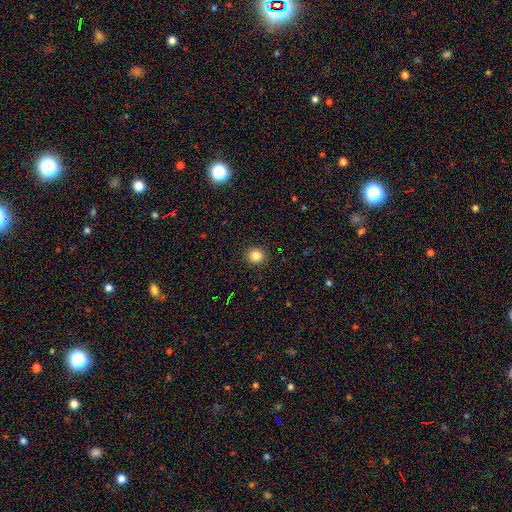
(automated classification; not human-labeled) smooth 83%, star or artifact 12%, featured or disk 5%. Down the decision tree: how rounded — round (88%); merging — none (92%).